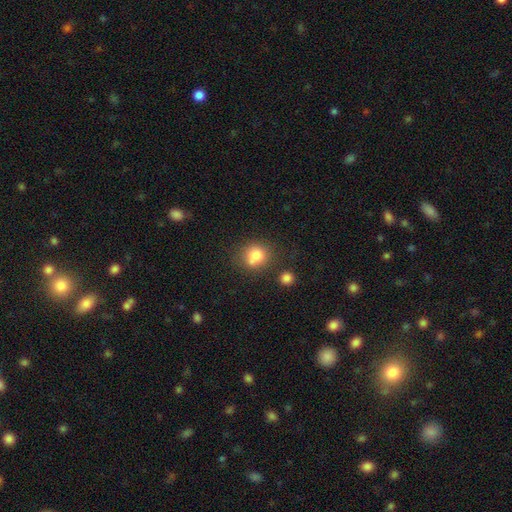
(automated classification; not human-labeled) smooth-or-featured: smooth: 78% | star or artifact: 11% | featured or disk: 11%
  how-rounded: round: 78% | in between: 21% | cigar-shaped: 1%
  merging: none: 58% | merger: 19% | minor disturbance: 17% | major disturbance: 6%